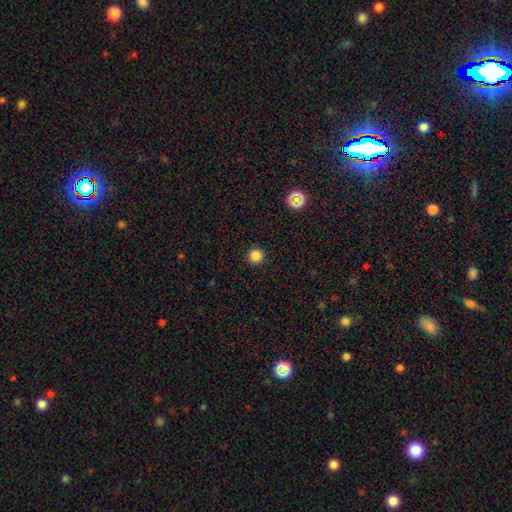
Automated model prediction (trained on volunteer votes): This is clearly a smooth galaxy (84%). How rounded: clearly round (96%). Merging: clearly none (93%).